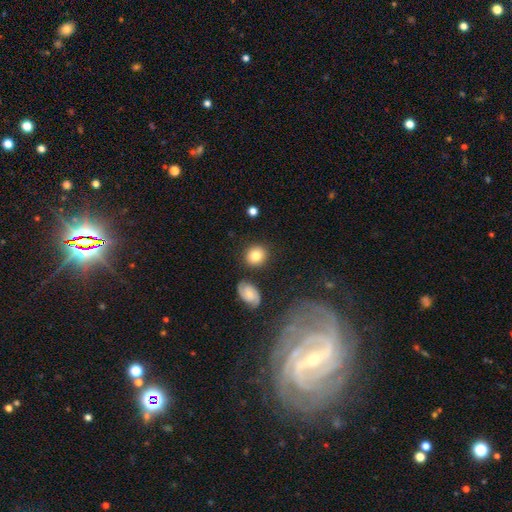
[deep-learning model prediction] This is likely a smooth galaxy (79%). How rounded: clearly round (81%). Merging: clearly none (83%).